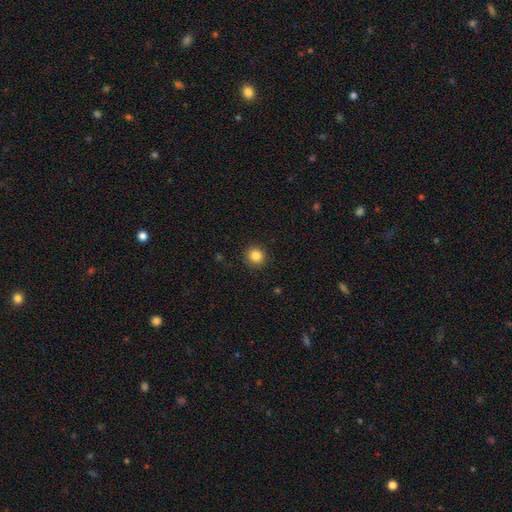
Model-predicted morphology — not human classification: Overall: smooth (85%). How rounded: round (91%). Merging: none (91%).